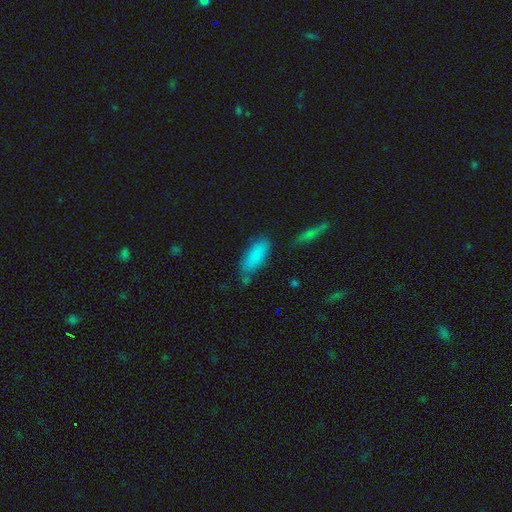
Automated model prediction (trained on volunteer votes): This appears to be a smooth galaxy with no disk features (85%) that is in between round and cigar-shaped (75%). Merging: none (69%).